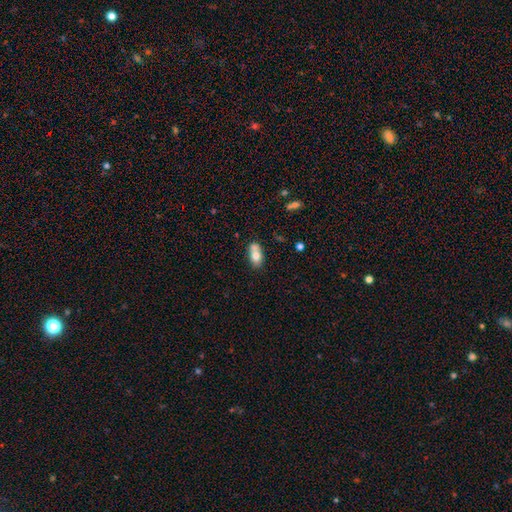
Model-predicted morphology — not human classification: smooth-or-featured: smooth: 72% | featured or disk: 20% | star or artifact: 8%
  how-rounded: in between: 82% | round: 14% | cigar-shaped: 4%
  merging: none: 41% | merger: 40% | minor disturbance: 14% | major disturbance: 5%